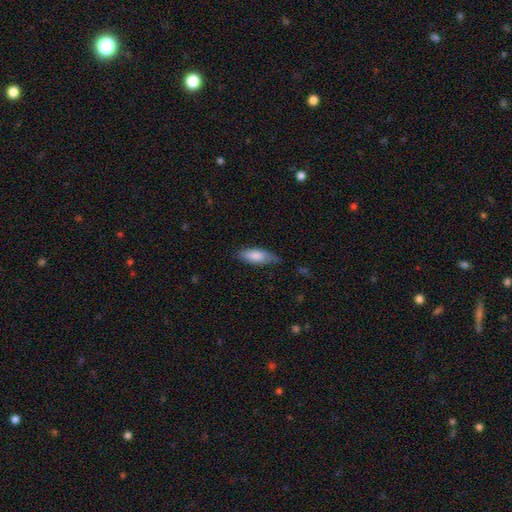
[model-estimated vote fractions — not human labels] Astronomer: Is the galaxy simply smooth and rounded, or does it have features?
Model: smooth — 82%.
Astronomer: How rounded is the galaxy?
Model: in between — 68%.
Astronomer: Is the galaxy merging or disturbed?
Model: none — 69%.